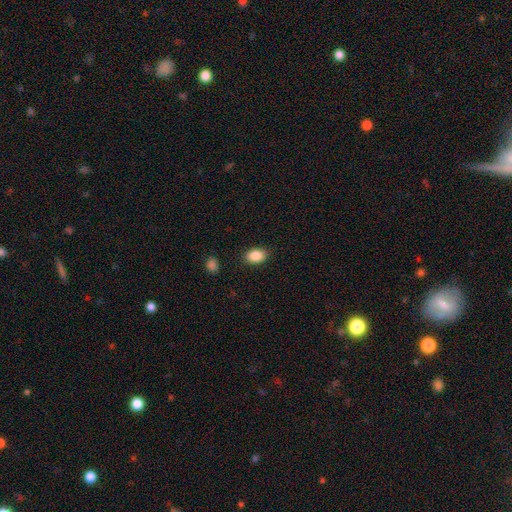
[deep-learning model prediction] smooth_or_featured: smooth (p=0.88) [alt: star or artifact p=0.08]
how_rounded: in between (p=0.84) [alt: round p=0.15]
merging: none (p=0.86) [alt: minor disturbance p=0.10]